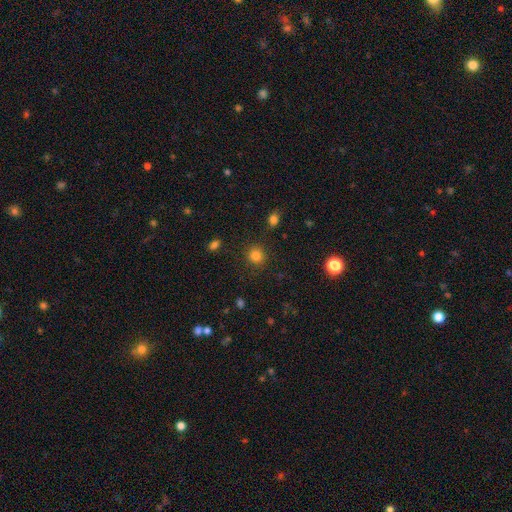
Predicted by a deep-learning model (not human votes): Smooth or featured? Predicted: smooth (p=0.82). How rounded? Predicted: round (p=0.90). Merging? Predicted: none (p=0.88).